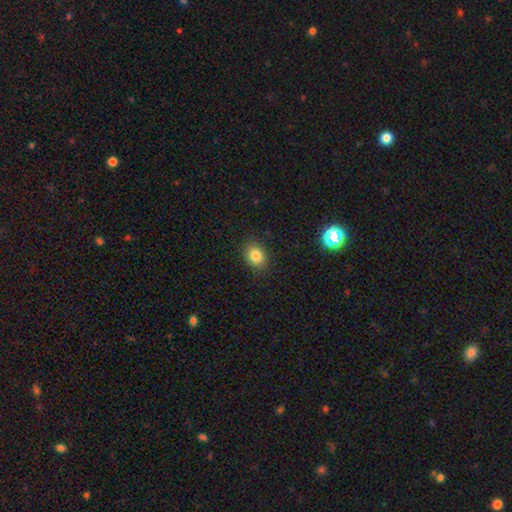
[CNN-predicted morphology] Smooth or featured? smooth (82%)
How rounded? in between (51%)
Merging? none (86%)